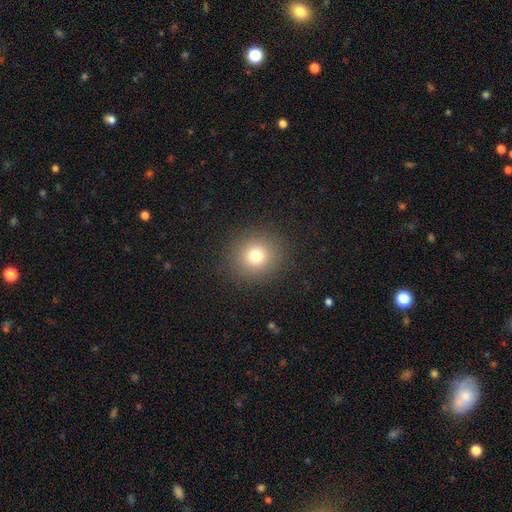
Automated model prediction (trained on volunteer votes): Smooth or featured: smooth — 77% (star or artifact — 14%)
How rounded: round — 90% (in between — 9%)
Merging: none — 90% (minor disturbance — 6%)